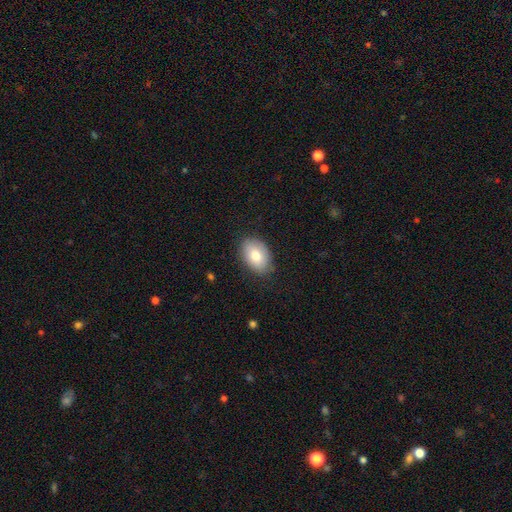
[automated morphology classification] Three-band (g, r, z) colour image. It shows a smooth galaxy with no disk features (79%) that is in between round and cigar-shaped (87%). Merging: none (82%).